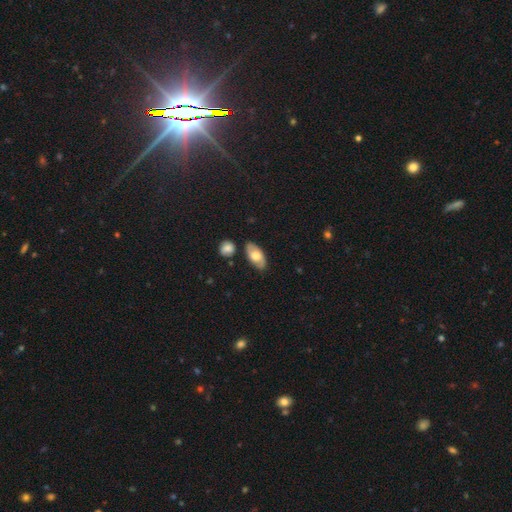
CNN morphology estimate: smooth 61%, featured or disk 33%, star or artifact 6%. Down the decision tree: how rounded — in between (91%); merging — none (80%).